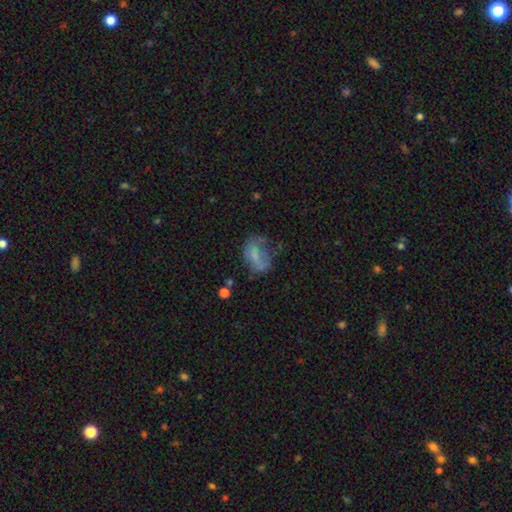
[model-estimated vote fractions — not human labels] smooth_or_featured: smooth (p=0.54) [alt: featured or disk p=0.35]
how_rounded: in between (p=0.77) [alt: round p=0.21]
merging: none (p=0.35) [alt: major disturbance p=0.32]